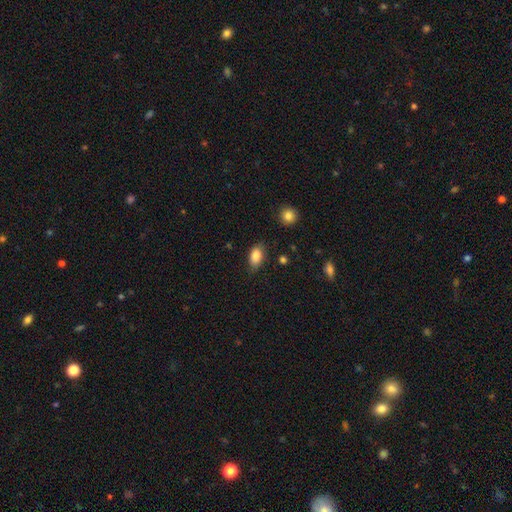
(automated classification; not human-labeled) Overall: smooth (86%). How rounded: in between (89%). Merging: none (77%).